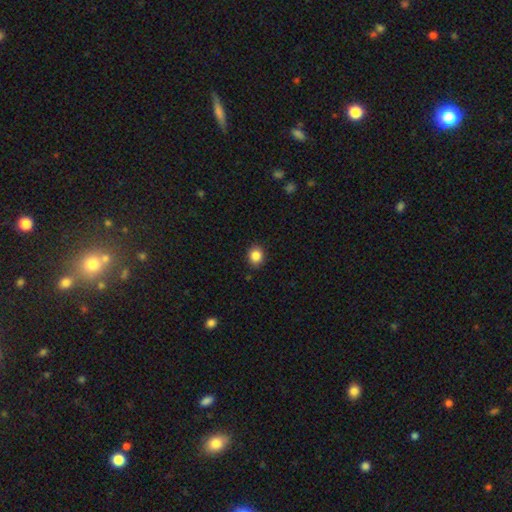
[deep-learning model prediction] smooth 86%, star or artifact 10%, featured or disk 4%. Down the decision tree: how rounded — round (70%); merging — none (89%).